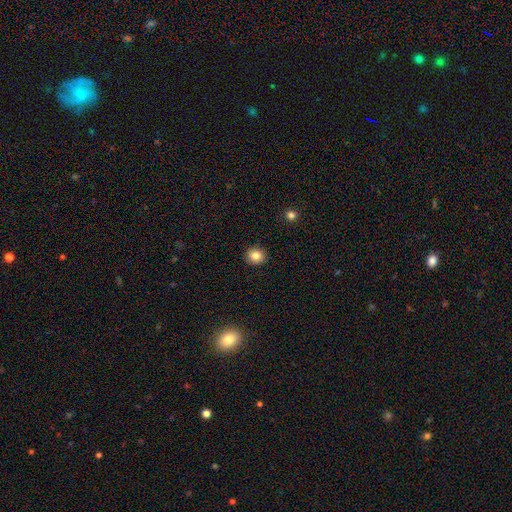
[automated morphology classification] Smooth or featured?
  - smooth: 83% *
  - star or artifact: 10%
  - featured or disk: 7%
How rounded?
  - round: 83% *
  - in between: 16%
  - cigar-shaped: 1%
Merging?
  - none: 91% *
  - minor disturbance: 6%
  - major disturbance: 2%
  - merger: 1%